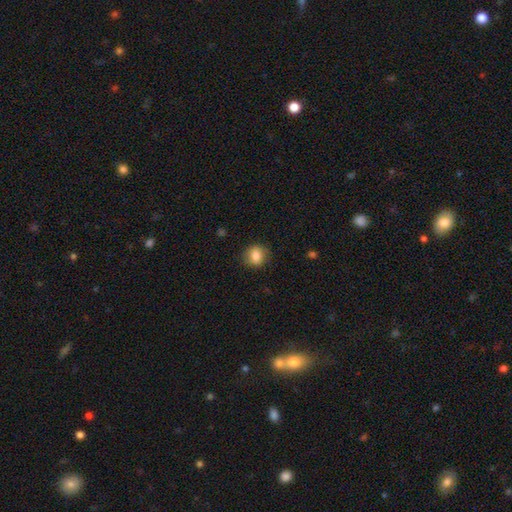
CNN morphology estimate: smooth 83%, star or artifact 9%, featured or disk 8%. Down the decision tree: how rounded — round (66%); merging — none (83%).